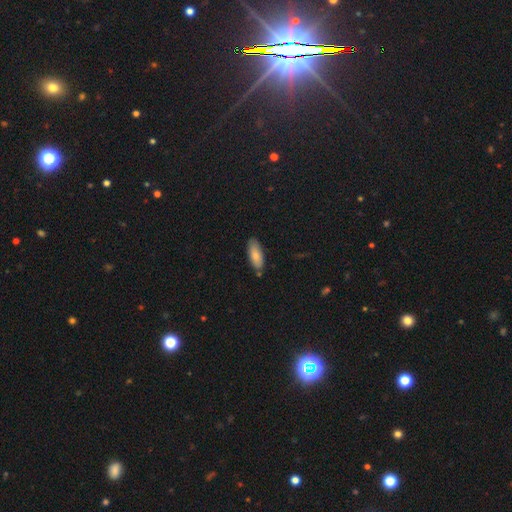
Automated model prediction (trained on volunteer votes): Smooth or featured?
  - smooth: 83% *
  - featured or disk: 11%
  - star or artifact: 6%
How rounded?
  - in between: 81% *
  - cigar-shaped: 18%
  - round: 2%
Merging?
  - none: 77% *
  - minor disturbance: 17%
  - merger: 4%
  - major disturbance: 3%